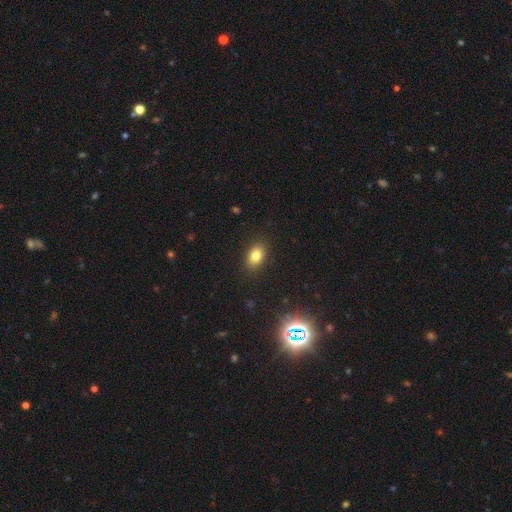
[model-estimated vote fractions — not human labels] Morphology: type=smooth (80%); roundness=in between (81%); merging=none (88%).